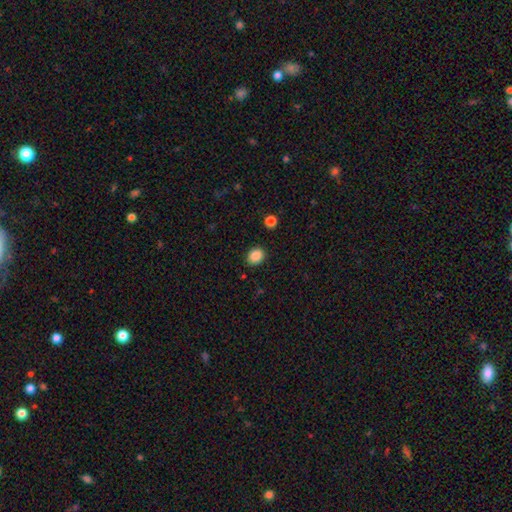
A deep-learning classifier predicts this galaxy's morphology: A smooth galaxy with no disk features (87%) that is round (60%).

Vote fractions:
- Smooth or featured? smooth: 87% / star or artifact: 10% / featured or disk: 3%
- How rounded? round: 60% / in between: 39% / cigar-shaped: 1%
- Merging? none: 88% / minor disturbance: 8% / major disturbance: 3% / merger: 2%